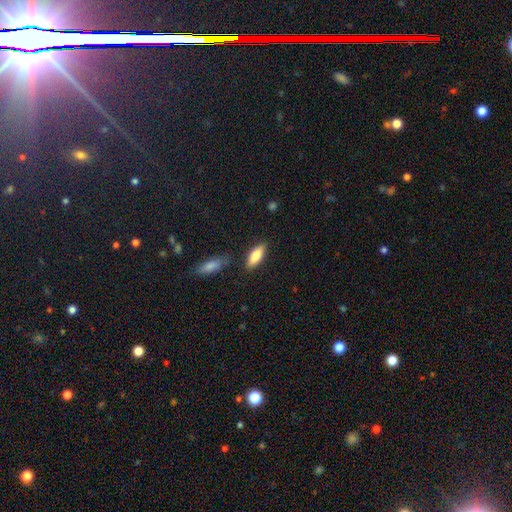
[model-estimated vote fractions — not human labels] A smooth galaxy with no disk features (80%) that is in between round and cigar-shaped (72%). Merging: none (82%).